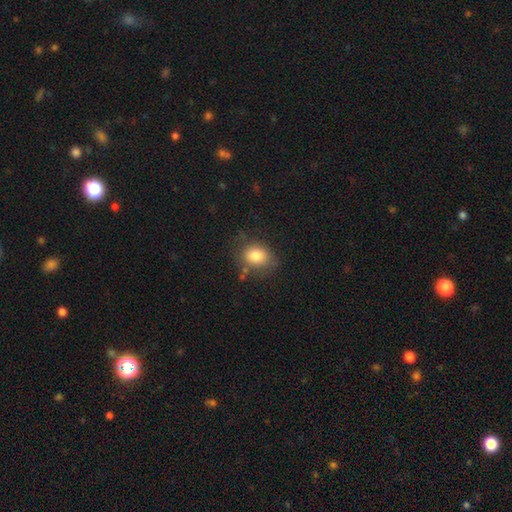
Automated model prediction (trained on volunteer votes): This appears to be a smooth galaxy with no disk features (82%) that is in between round and cigar-shaped (55%). Merging: none (69%).